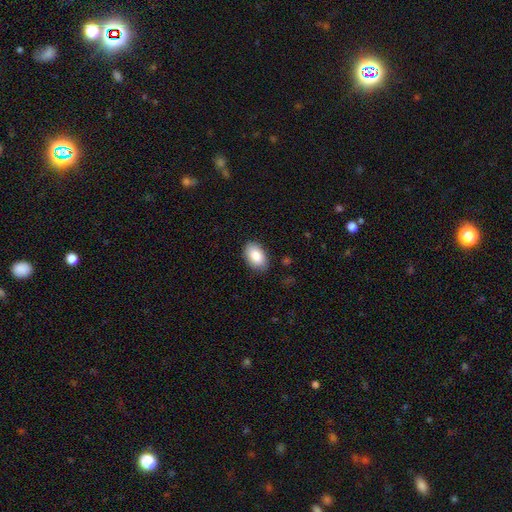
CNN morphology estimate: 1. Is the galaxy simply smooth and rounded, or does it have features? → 85% smooth, 8% featured or disk, 6% star or artifact.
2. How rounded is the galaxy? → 92% in between, 7% round, 1% cigar-shaped.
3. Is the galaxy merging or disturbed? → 86% none, 10% minor disturbance, 2% major disturbance, 1% merger.